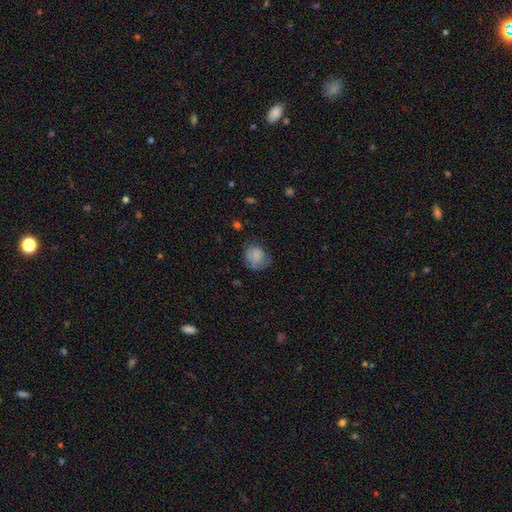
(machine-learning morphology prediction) smooth 73%, featured or disk 18%, star or artifact 9%. Down the decision tree: how rounded — round (70%); merging — none (55%).